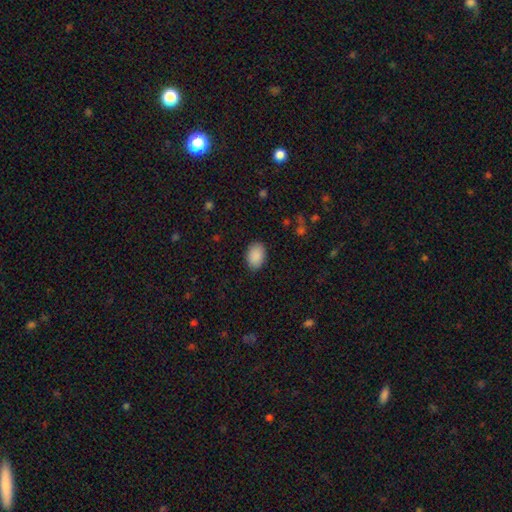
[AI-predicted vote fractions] Overall: smooth (90%). How rounded: in between (82%). Merging: none (88%).